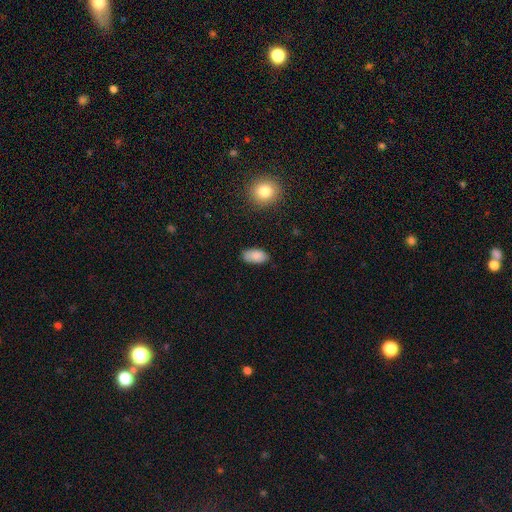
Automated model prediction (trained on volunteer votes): Smooth or featured? Predicted: smooth (p=0.87). How rounded? Predicted: in between (p=0.94). Merging? Predicted: none (p=0.81).